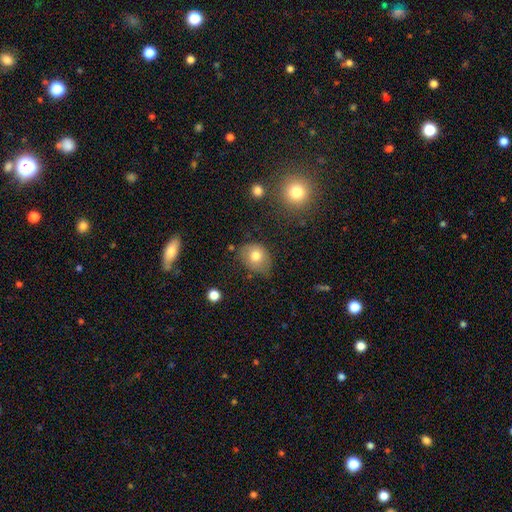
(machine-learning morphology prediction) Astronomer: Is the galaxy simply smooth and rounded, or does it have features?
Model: smooth — 76%.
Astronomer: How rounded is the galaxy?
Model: round — 51% (runner-up: in between, 48%).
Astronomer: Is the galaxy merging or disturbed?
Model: none — 63%.